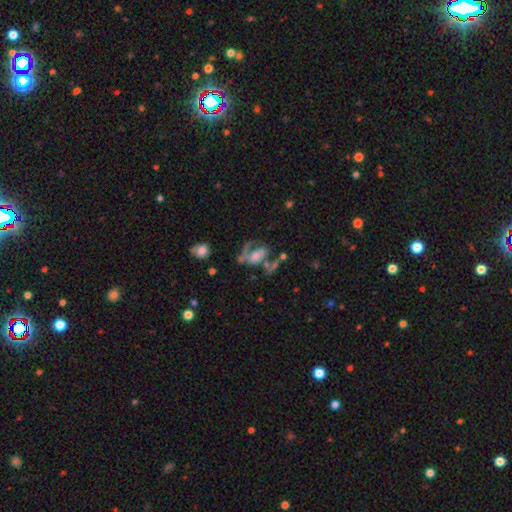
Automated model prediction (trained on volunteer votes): The model was most divided on "merging": none: 34%, major disturbance: 32%, minor disturbance: 18%, merger: 17%. Remaining: edge-on disk — no (96%); spiral arms — yes (70%); smooth or featured — featured or disk (65%); bar — no (57%); bulge size — moderate (39%).